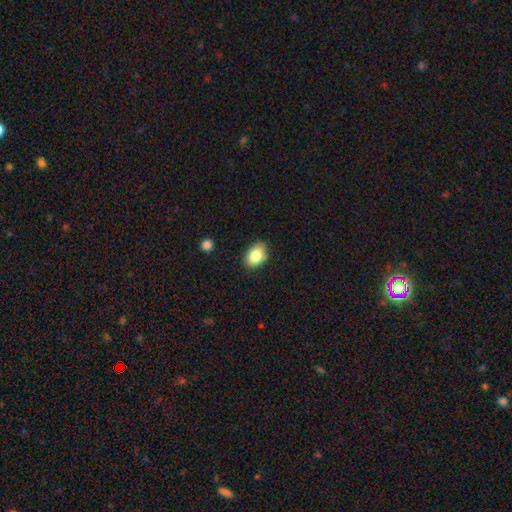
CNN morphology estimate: type=smooth (83%); roundness=in between (82%); merging=none (82%).